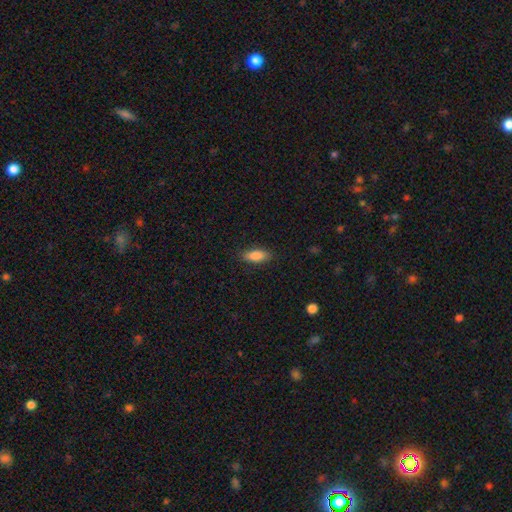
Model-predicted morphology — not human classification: smooth 86%, featured or disk 7%, star or artifact 7%. Down the decision tree: how rounded — in between (78%); merging — none (87%).